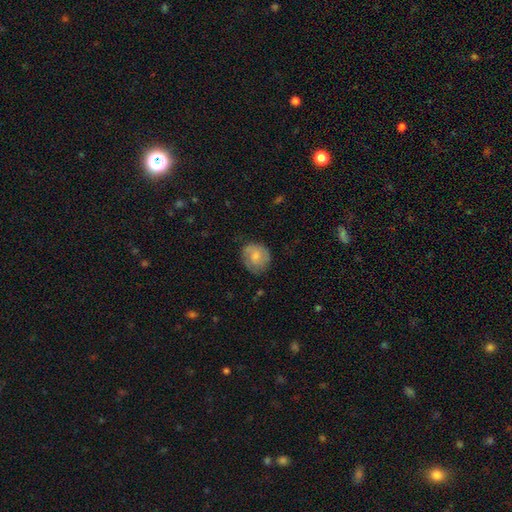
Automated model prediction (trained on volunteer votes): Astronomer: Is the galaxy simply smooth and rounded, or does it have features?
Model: smooth — 57% (runner-up: featured or disk, 36%).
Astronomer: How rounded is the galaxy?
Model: round — 79%.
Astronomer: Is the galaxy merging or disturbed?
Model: none — 71%.